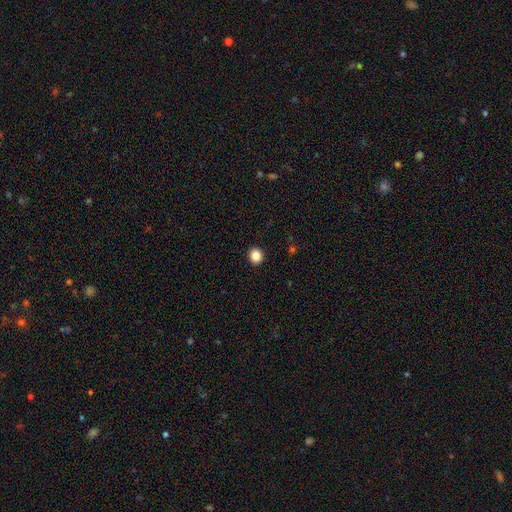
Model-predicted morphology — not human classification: Overall: smooth (85%). How rounded: round (85%). Merging: none (93%).